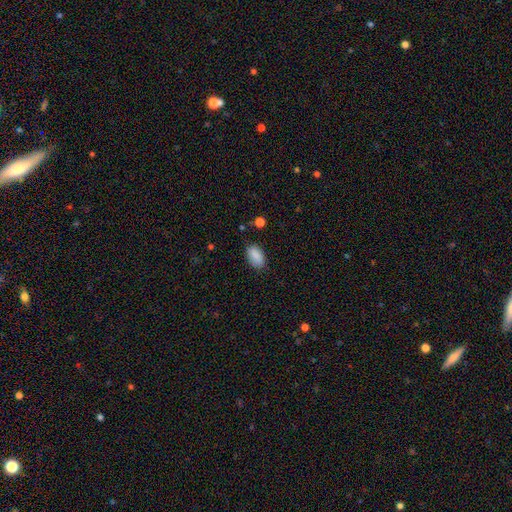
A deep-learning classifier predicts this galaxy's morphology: Smooth or featured: smooth — 89% (star or artifact — 7%)
How rounded: in between — 93% (round — 4%)
Merging: none — 83% (minor disturbance — 13%)